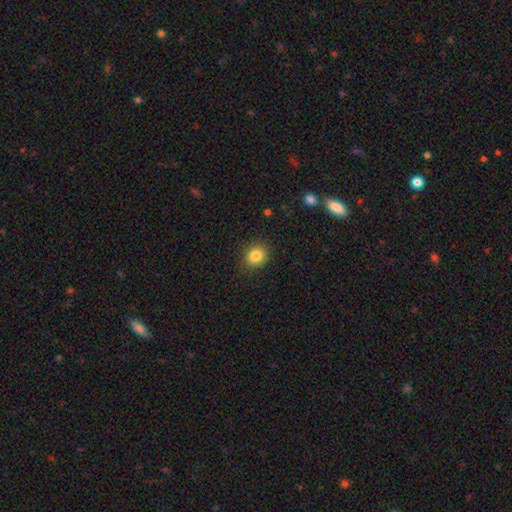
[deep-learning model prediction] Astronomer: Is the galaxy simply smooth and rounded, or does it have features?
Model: smooth — 84%.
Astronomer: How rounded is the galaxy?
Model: round — 64%.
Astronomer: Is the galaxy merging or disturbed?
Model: none — 87%.